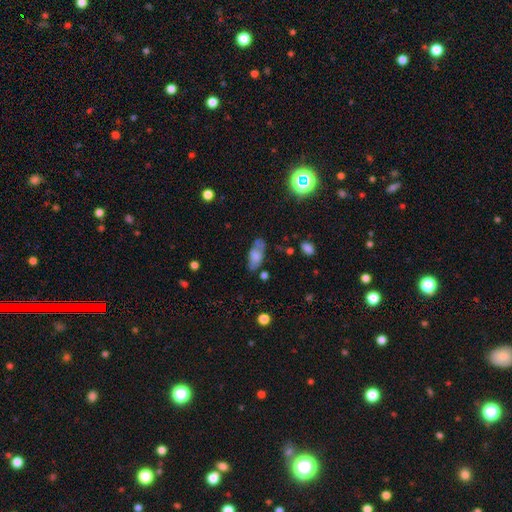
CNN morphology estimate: smooth_or_featured: smooth (p=0.64) [alt: featured or disk p=0.27]
how_rounded: in between (p=0.84) [alt: cigar-shaped p=0.12]
merging: none (p=0.55) [alt: minor disturbance p=0.26]